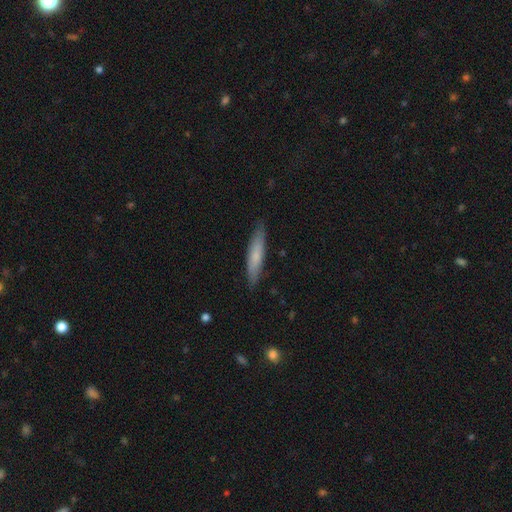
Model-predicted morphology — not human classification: The model was most divided on "smooth or featured": smooth: 67%, featured or disk: 28%, star or artifact: 5%. More confident: how rounded — cigar-shaped (88%); merging — none (86%).